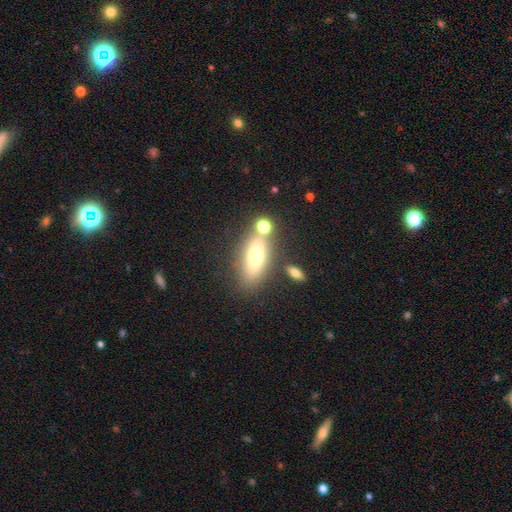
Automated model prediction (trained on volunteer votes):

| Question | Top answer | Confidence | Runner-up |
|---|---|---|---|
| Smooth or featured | smooth | 63% | featured or disk (27%) |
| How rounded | in between | 70% | cigar-shaped (25%) |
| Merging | none | 66% | merger (15%) |